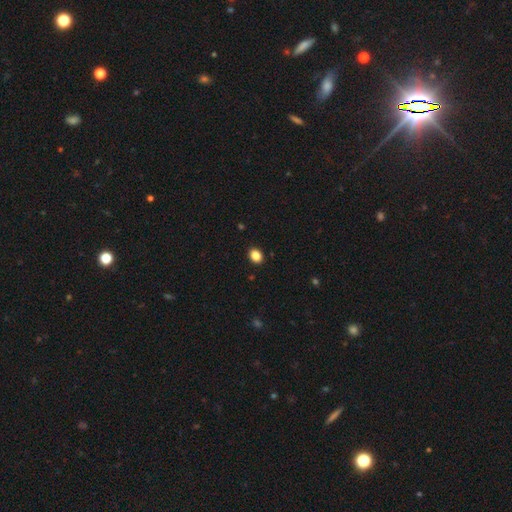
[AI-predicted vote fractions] A smooth galaxy with no disk features (87%) that is in between round and cigar-shaped (56%).

Vote fractions:
- Smooth or featured? smooth: 87% / star or artifact: 10% / featured or disk: 3%
- How rounded? in between: 56% / round: 43% / cigar-shaped: 1%
- Merging? none: 91% / minor disturbance: 6% / major disturbance: 2% / merger: 1%